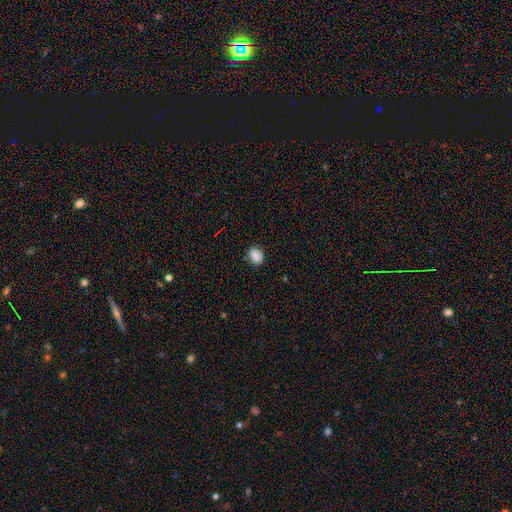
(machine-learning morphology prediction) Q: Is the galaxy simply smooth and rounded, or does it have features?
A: smooth — 85%.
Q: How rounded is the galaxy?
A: in between — 56%.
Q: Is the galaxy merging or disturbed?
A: none — 81%.